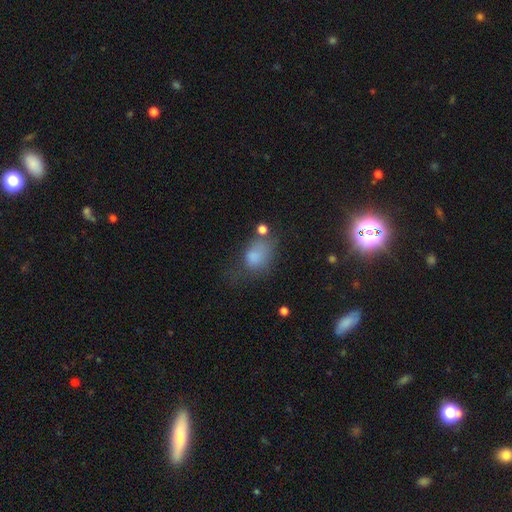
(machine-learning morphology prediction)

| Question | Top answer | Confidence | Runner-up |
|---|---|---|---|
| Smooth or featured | smooth | 73% | star or artifact (14%) |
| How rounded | in between | 73% | round (25%) |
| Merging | none | 32% | major disturbance (30%) |